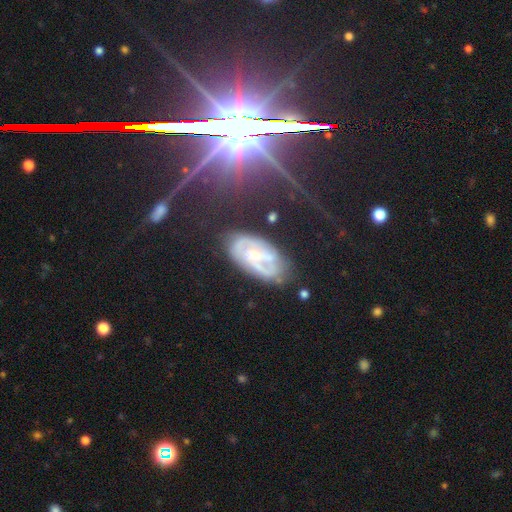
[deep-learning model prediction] smooth-or-featured: featured or disk: 76% | smooth: 15% | star or artifact: 9%
  disk-edge-on: no: 94% | yes: 6%
    bar: no: 46% | weak: 39% | strong: 16%
    has-spiral-arms: yes: 82% | no: 18%
      spiral-winding: tight: 48% | medium: 38% | loose: 14%
      spiral-arm-count: 2: 49% | can't tell: 30% | 3: 11% | 1: 4% | 4: 3% | more than 4: 2%
    bulge-size: small: 59% | moderate: 36% | none: 3% | large: 2% | dominant: 1%
  merging: none: 69% | minor disturbance: 20% | major disturbance: 7% | merger: 3%